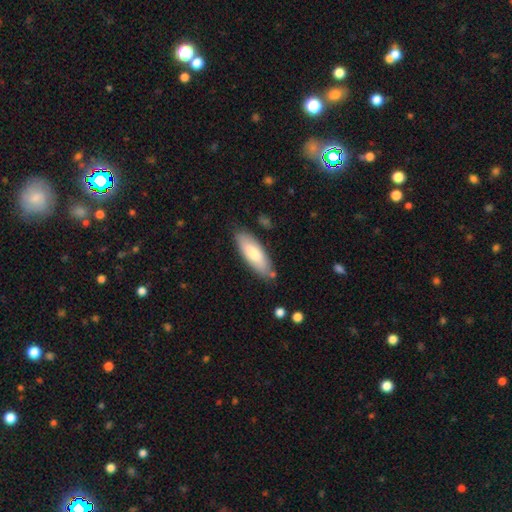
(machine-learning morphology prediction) Q: Smooth or featured?
A: smooth (73%); runner-up: featured or disk (22%)
Q: How rounded?
A: in between (65%); runner-up: cigar-shaped (34%)
Q: Merging?
A: none (78%); runner-up: minor disturbance (16%)